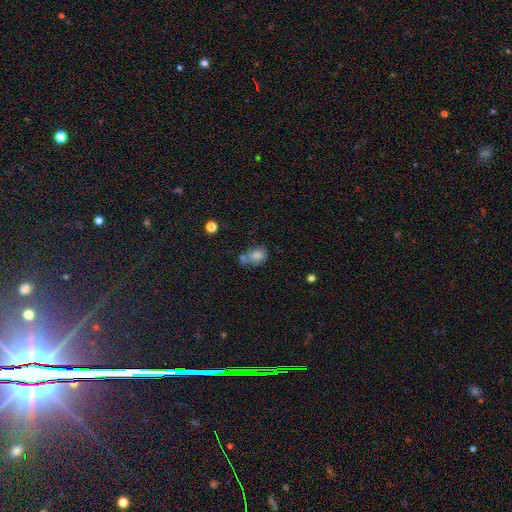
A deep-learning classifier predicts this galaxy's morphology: A smooth galaxy with no disk features (78%) that is in between round and cigar-shaped (69%).

Vote fractions:
- Smooth or featured? smooth: 78% / star or artifact: 11% / featured or disk: 11%
- How rounded? in between: 69% / round: 30% / cigar-shaped: 1%
- Merging? merger: 39% / none: 37% / minor disturbance: 17% / major disturbance: 7%